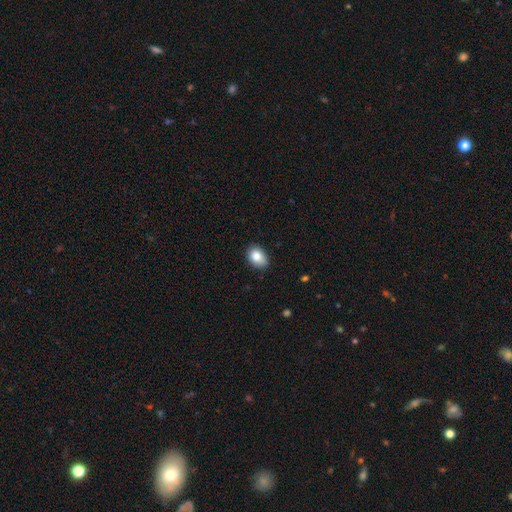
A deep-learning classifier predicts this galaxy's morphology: smooth-or-featured: smooth: 85% | star or artifact: 8% | featured or disk: 7%
  how-rounded: in between: 78% | round: 21% | cigar-shaped: 1%
  merging: none: 82% | minor disturbance: 15% | major disturbance: 2% | merger: 1%